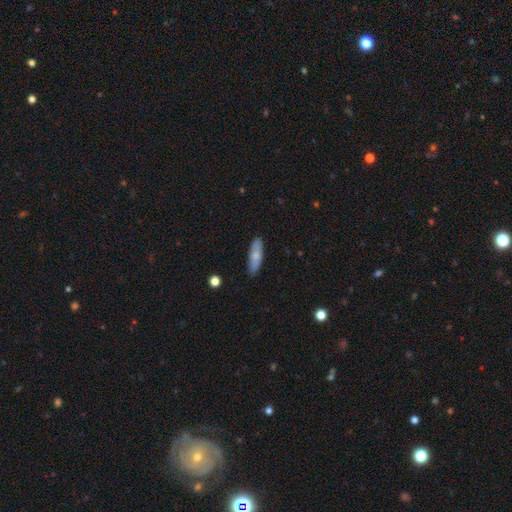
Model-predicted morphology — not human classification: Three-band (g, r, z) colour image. It shows a smooth galaxy with no disk features (73%) that is cigar-shaped (54%). Merging: none (84%).